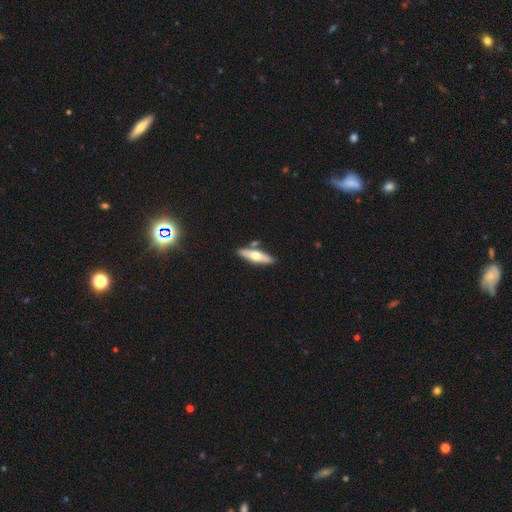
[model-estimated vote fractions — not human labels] Smooth or featured: smooth — 50% (featured or disk — 44%)
How rounded: cigar-shaped — 64% (in between — 34%)
Merging: none — 80% (minor disturbance — 10%)